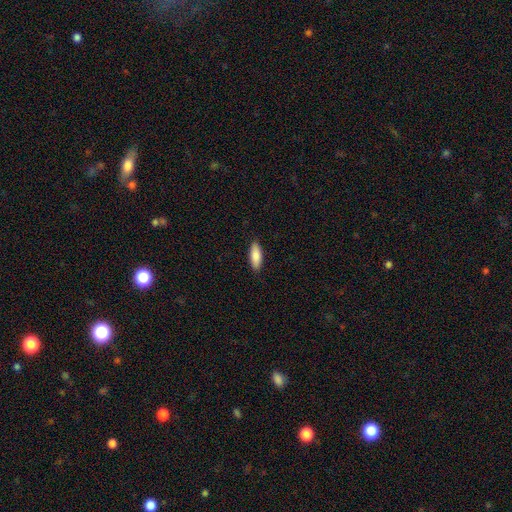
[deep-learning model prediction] Smooth or featured: smooth — 86% (featured or disk — 9%)
How rounded: in between — 67% (cigar-shaped — 31%)
Merging: none — 89% (minor disturbance — 8%)